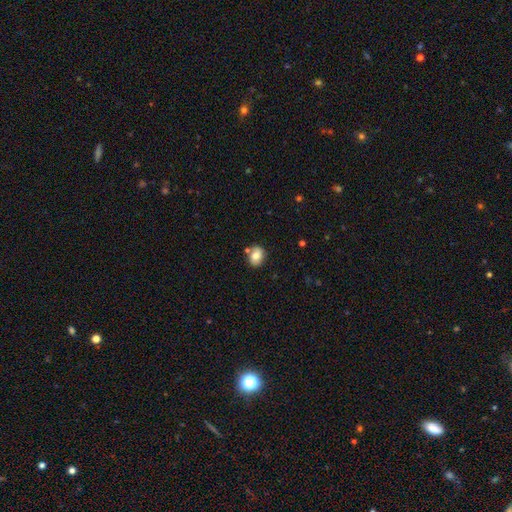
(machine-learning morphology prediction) type=smooth (75%); roundness=round (51%); merging=none (71%).